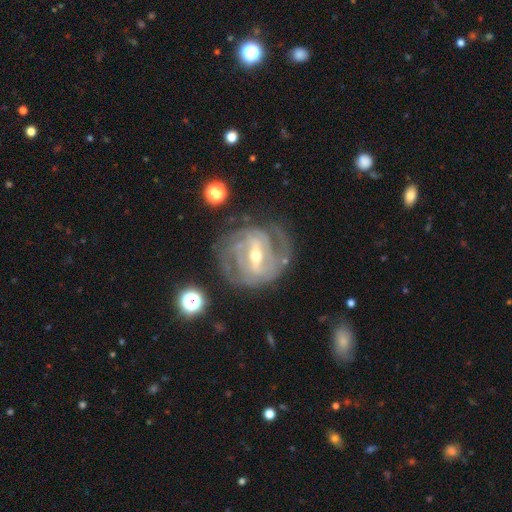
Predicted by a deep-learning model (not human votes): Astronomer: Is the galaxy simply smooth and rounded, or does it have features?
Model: featured or disk — 89%.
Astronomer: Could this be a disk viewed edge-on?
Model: no — 96%.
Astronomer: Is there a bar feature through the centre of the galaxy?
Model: strong — 58% (runner-up: weak, 33%).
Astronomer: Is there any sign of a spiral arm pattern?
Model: yes — 94%.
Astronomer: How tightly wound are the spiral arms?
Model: tight — 62%.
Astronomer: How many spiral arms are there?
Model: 2 — 33% (runner-up: can't tell, 25%).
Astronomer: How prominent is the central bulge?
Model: moderate — 56% (runner-up: small, 40%).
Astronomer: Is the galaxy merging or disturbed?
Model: none — 71%.